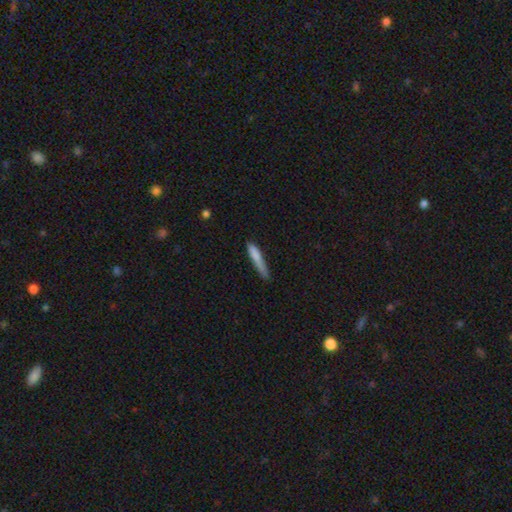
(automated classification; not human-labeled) Morphology: type=smooth (79%); roundness=cigar-shaped (90%); merging=none (55%).